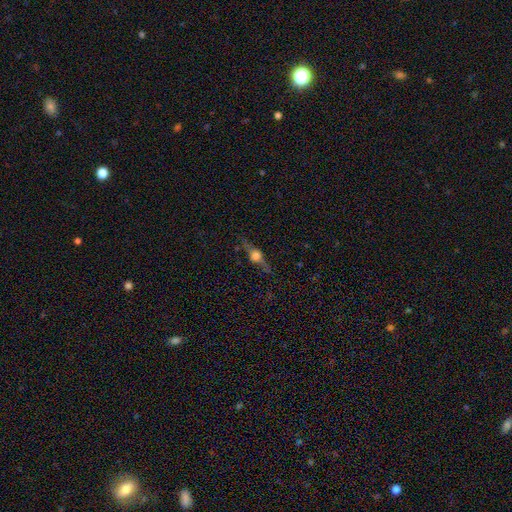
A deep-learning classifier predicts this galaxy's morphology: Smooth or featured?
  - featured or disk: 77% *
  - smooth: 14%
  - star or artifact: 9%
Edge-on disk?
  - yes: 96% *
  - no: 4%
Edge-on bulge?
  - rounded: 95% *
  - boxy: 4%
  - none: 1%
Merging?
  - none: 86% *
  - minor disturbance: 10%
  - major disturbance: 3%
  - merger: 1%